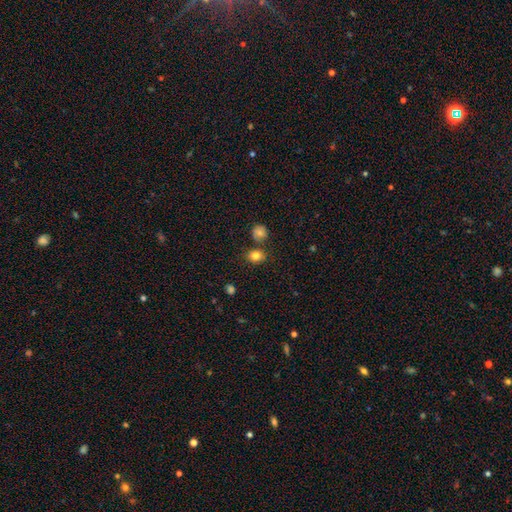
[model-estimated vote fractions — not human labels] The model was most divided on "how rounded": round: 61%, in between: 38%, cigar-shaped: 1%. More confident: smooth or featured — smooth (81%); merging — none (74%).